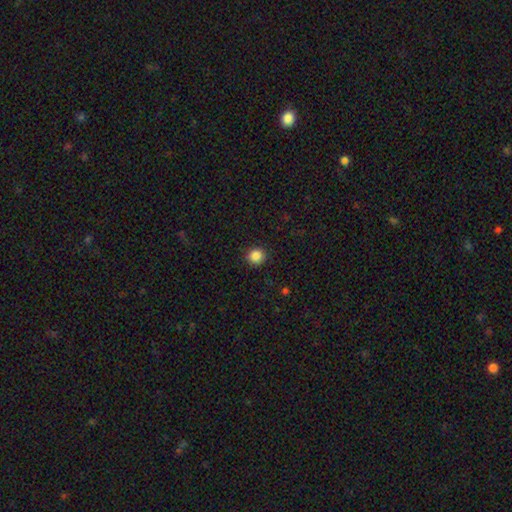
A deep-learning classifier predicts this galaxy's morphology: smooth_or_featured: smooth (p=0.86) [alt: star or artifact p=0.10]
how_rounded: round (p=0.91) [alt: in between p=0.08]
merging: none (p=0.91) [alt: minor disturbance p=0.06]